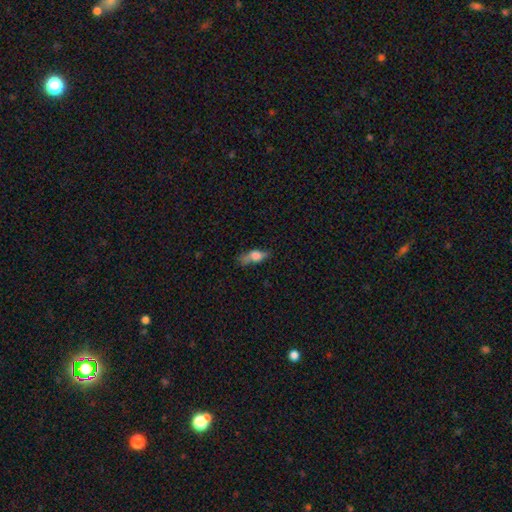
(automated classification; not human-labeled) A smooth galaxy with no disk features (65%) that is in between round and cigar-shaped (64%). Merging: none (41%).